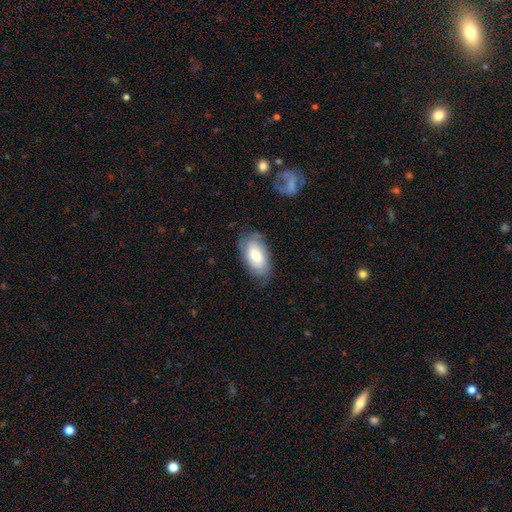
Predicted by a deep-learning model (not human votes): Q: Smooth or featured?
A: smooth (67%); runner-up: featured or disk (27%)
Q: How rounded?
A: in between (94%); runner-up: round (3%)
Q: Merging?
A: none (73%); runner-up: minor disturbance (21%)